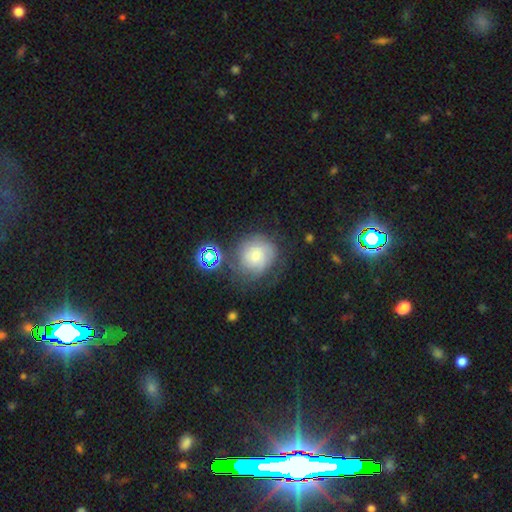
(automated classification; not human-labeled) Q: Smooth or featured?
A: featured or disk (43%); tied with: smooth (43%)
Q: Merging?
A: none (58%); runner-up: minor disturbance (21%)